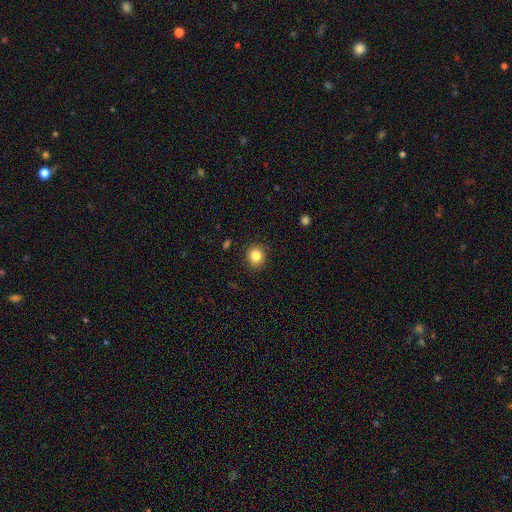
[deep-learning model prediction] Q: Smooth or featured?
A: smooth (85%); runner-up: star or artifact (10%)
Q: How rounded?
A: round (85%); runner-up: in between (14%)
Q: Merging?
A: none (89%); runner-up: minor disturbance (8%)